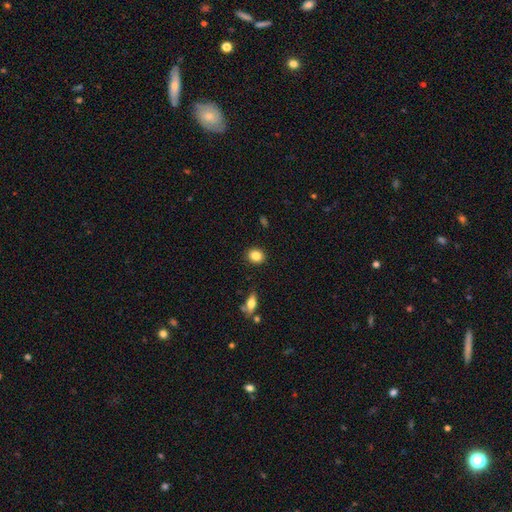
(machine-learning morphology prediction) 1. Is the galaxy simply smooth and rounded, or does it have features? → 84% smooth, 9% star or artifact, 7% featured or disk.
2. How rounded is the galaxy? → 67% round, 32% in between, 1% cigar-shaped.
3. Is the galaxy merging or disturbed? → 90% none, 7% minor disturbance, 2% major disturbance, 2% merger.